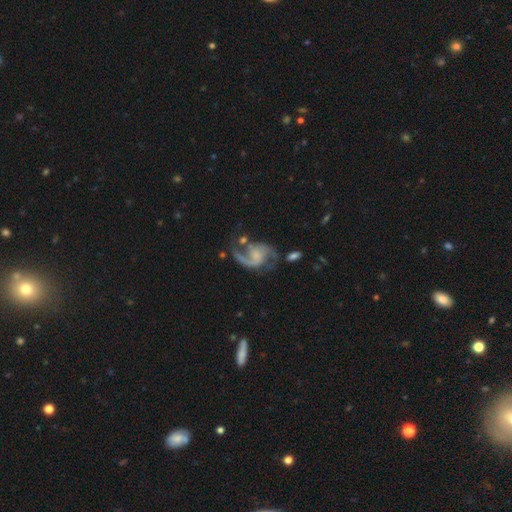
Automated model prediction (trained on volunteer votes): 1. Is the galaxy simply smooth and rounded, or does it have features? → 88% featured or disk, 6% smooth, 5% star or artifact.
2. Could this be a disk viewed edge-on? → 98% no, 2% yes.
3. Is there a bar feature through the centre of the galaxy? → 52% no, 38% weak, 9% strong.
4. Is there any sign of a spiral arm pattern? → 97% yes, 3% no.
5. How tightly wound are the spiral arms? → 47% medium, 43% loose, 10% tight.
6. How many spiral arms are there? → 83% 2, 11% 1, 2% can't tell, 2% 3, 1% 4, 1% more than 4.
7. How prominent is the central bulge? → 38% none, 36% small, 19% moderate, 5% large, 2% dominant.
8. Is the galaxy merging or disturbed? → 52% none, 20% major disturbance, 20% minor disturbance, 9% merger.